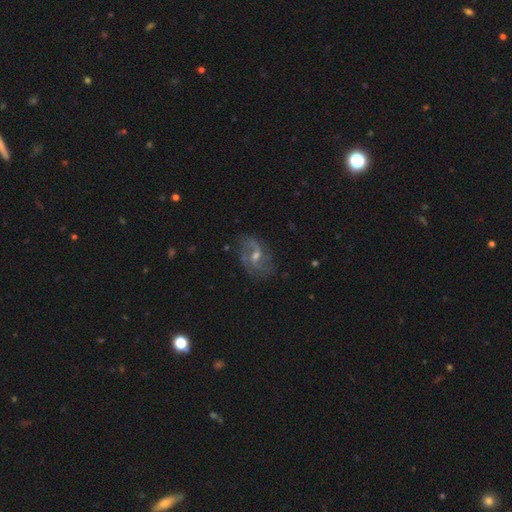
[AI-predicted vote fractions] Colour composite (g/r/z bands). It shows a featured or disk galaxy (79%) with a weak bar (52%), 2 (76%) loose (42%, tied with medium) spiral arms (92%) and a moderate central bulge (52%). Merging: none (72%).